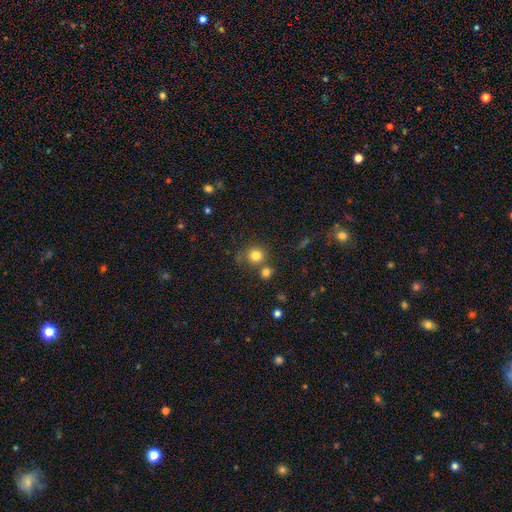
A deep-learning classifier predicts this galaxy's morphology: Smooth or featured?
  - smooth: 80% *
  - star or artifact: 13%
  - featured or disk: 7%
How rounded?
  - round: 89% *
  - in between: 10%
  - cigar-shaped: 1%
Merging?
  - none: 64% *
  - merger: 19%
  - minor disturbance: 11%
  - major disturbance: 5%